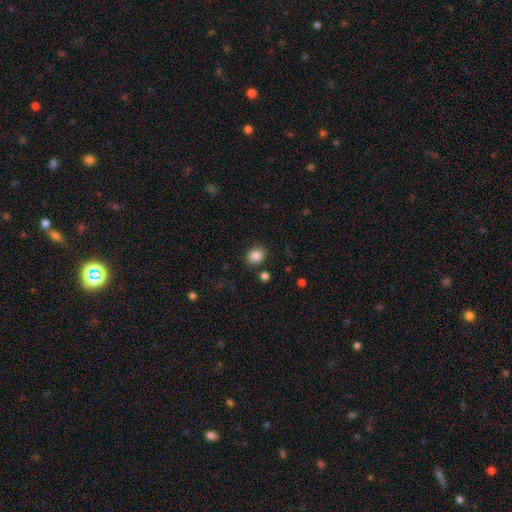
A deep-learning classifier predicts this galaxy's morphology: Q: Smooth or featured?
A: smooth (85%); runner-up: star or artifact (10%)
Q: How rounded?
A: round (58%); runner-up: in between (41%)
Q: Merging?
A: none (84%); runner-up: minor disturbance (10%)